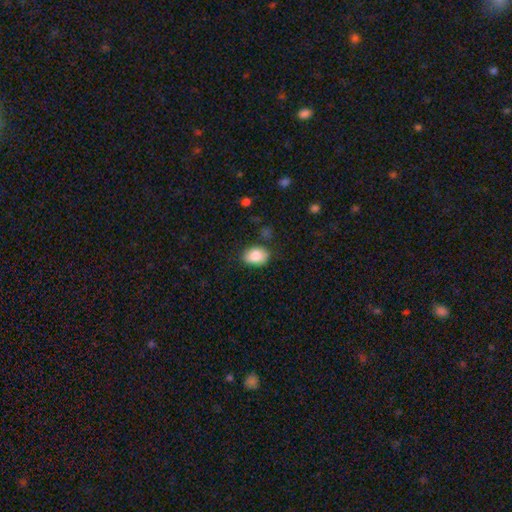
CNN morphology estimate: This is clearly a smooth galaxy (86%). How rounded: clearly in between (82%). Merging: likely none (76%).